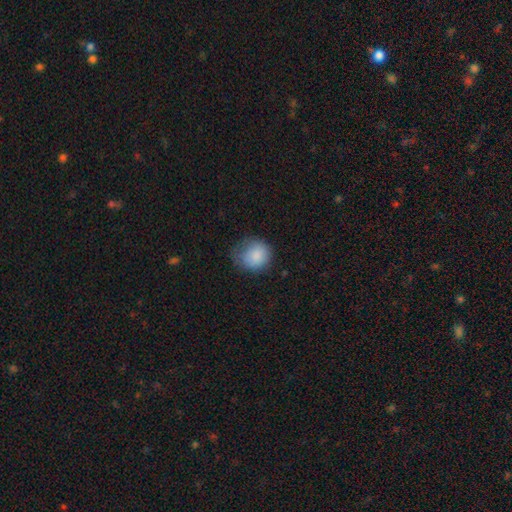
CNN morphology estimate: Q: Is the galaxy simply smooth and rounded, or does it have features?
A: smooth — 86%.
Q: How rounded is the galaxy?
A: round — 79%.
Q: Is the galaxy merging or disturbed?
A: none — 54%.